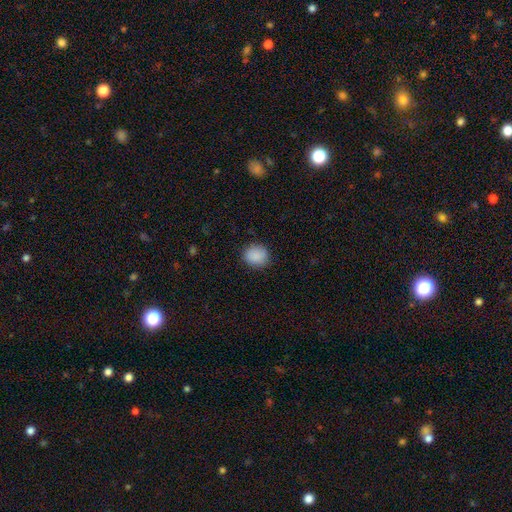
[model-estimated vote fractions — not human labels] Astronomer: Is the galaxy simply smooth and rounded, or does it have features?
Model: smooth — 88%.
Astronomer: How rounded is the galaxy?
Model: round — 76%.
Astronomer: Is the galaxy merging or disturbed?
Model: none — 85%.